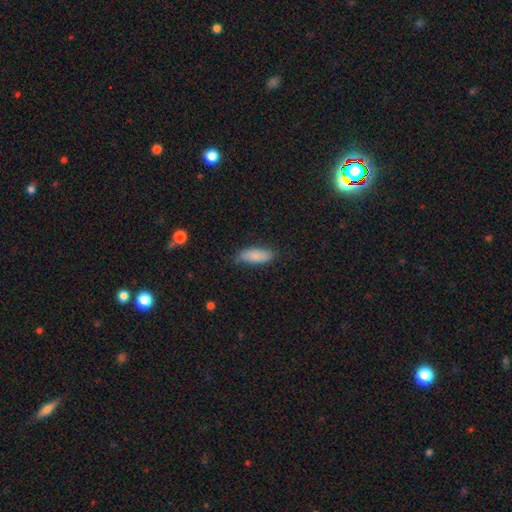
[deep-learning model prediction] Q: Smooth or featured?
A: smooth (81%); runner-up: featured or disk (12%)
Q: How rounded?
A: in between (73%); runner-up: cigar-shaped (25%)
Q: Merging?
A: none (73%); runner-up: minor disturbance (22%)